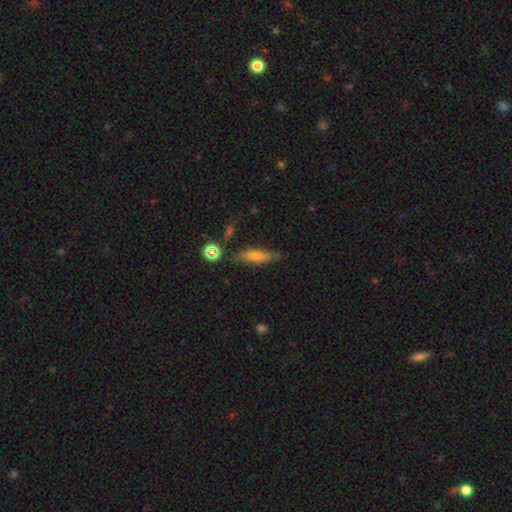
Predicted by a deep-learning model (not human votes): Smooth or featured: smooth — 66% (featured or disk — 24%)
How rounded: cigar-shaped — 65% (in between — 32%)
Merging: none — 76% (minor disturbance — 16%)